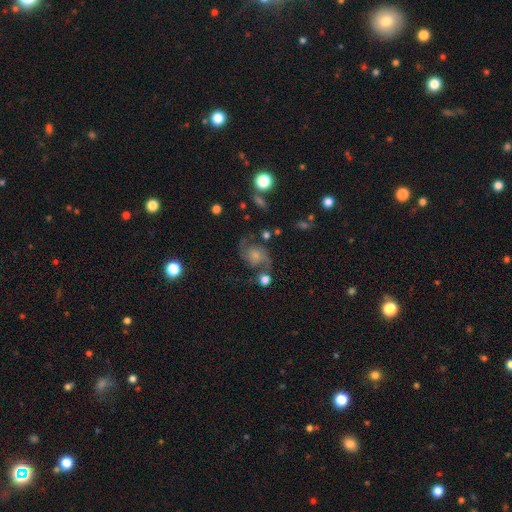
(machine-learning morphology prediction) smooth-or-featured: featured or disk: 81% | smooth: 11% | star or artifact: 9%
  disk-edge-on: no: 98% | yes: 2%
    bar: no: 69% | weak: 27% | strong: 4%
    has-spiral-arms: yes: 96% | no: 4%
      spiral-winding: medium: 48% | loose: 40% | tight: 12%
      spiral-arm-count: 2: 92% | can't tell: 2% | 1: 2% | 3: 1% | 4: 1% | more than 4: 1%
    bulge-size: small: 42% | moderate: 34% | none: 14% | large: 8% | dominant: 2%
  merging: none: 63% | minor disturbance: 18% | major disturbance: 10% | merger: 9%